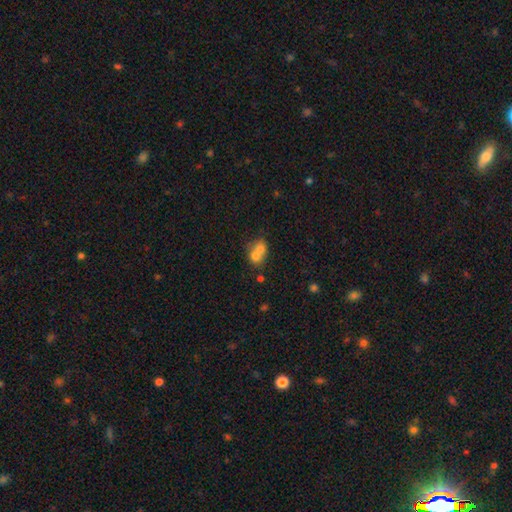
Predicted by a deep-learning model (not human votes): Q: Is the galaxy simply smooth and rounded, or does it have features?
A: smooth — 68%.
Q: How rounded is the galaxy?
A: round — 63%.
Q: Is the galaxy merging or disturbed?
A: merger — 69%.